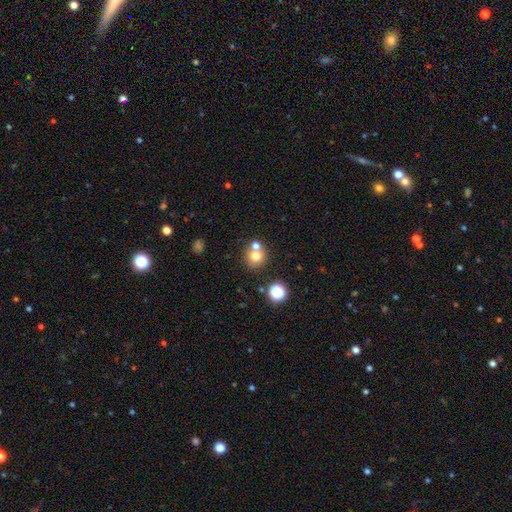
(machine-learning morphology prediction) Q: Smooth or featured?
A: smooth (72%); runner-up: star or artifact (15%)
Q: How rounded?
A: round (87%); runner-up: in between (12%)
Q: Merging?
A: none (58%); runner-up: merger (31%)